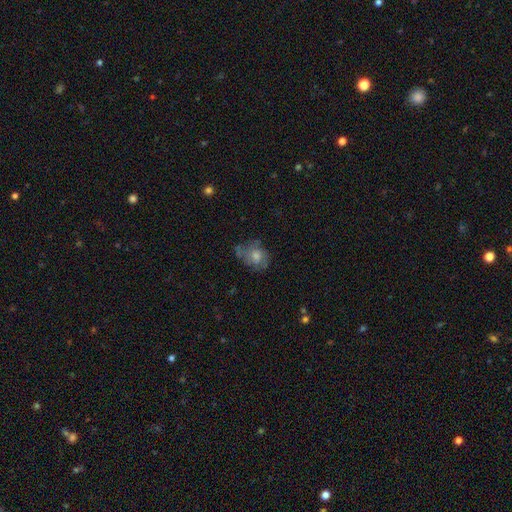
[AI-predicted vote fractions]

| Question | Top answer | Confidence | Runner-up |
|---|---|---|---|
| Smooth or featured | featured or disk | 46% | smooth (39%) |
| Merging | none | 59% | minor disturbance (24%) |